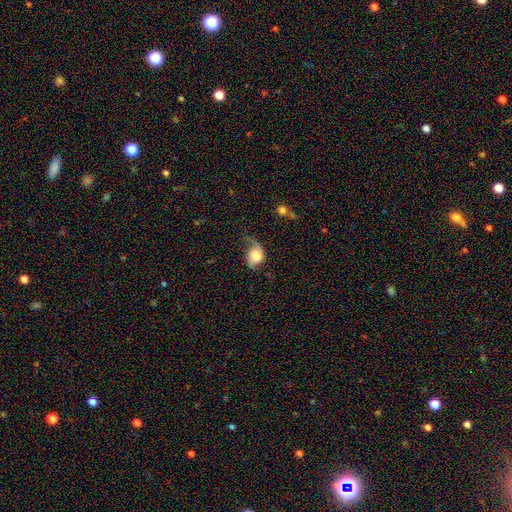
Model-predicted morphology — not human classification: Smooth or featured?
  - featured or disk: 49% *
  - smooth: 43%
  - star or artifact: 8%
Merging?
  - major disturbance: 34% *
  - none: 32%
  - minor disturbance: 30%
  - merger: 3%